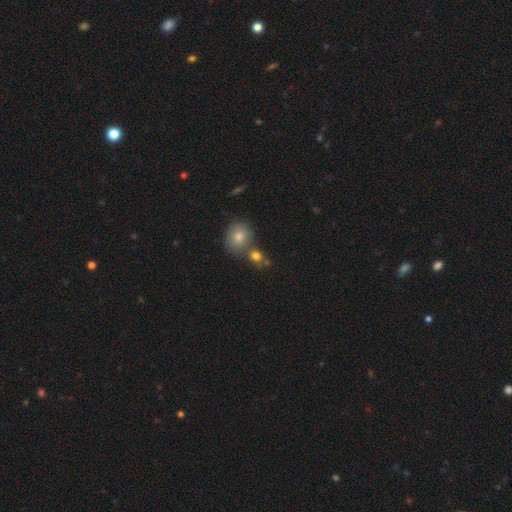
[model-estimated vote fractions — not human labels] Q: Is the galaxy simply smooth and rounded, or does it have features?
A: smooth — 72%.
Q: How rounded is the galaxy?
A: round — 72%.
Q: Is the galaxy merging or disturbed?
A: none — 56%.